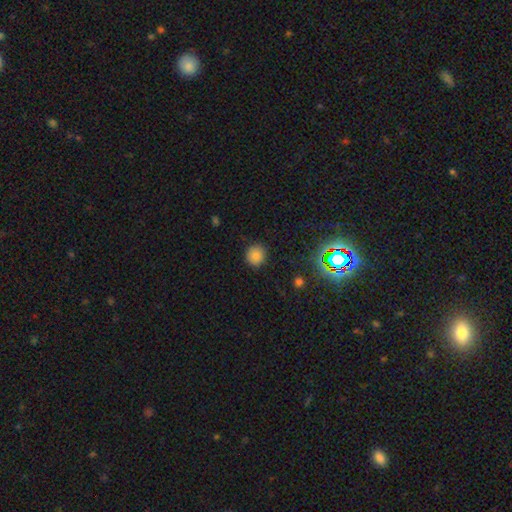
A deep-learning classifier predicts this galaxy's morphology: Smooth or featured?
  - smooth: 81% *
  - star or artifact: 13%
  - featured or disk: 5%
How rounded?
  - round: 90% *
  - in between: 10%
  - cigar-shaped: 1%
Merging?
  - none: 89% *
  - minor disturbance: 7%
  - major disturbance: 2%
  - merger: 1%